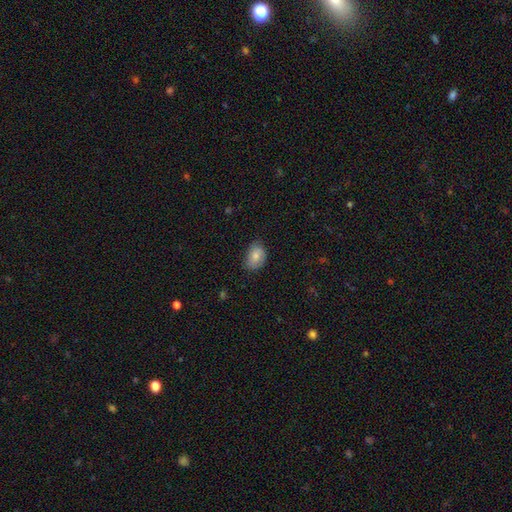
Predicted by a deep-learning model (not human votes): Morphology: type=smooth (78%); roundness=in between (78%); merging=none (69%).